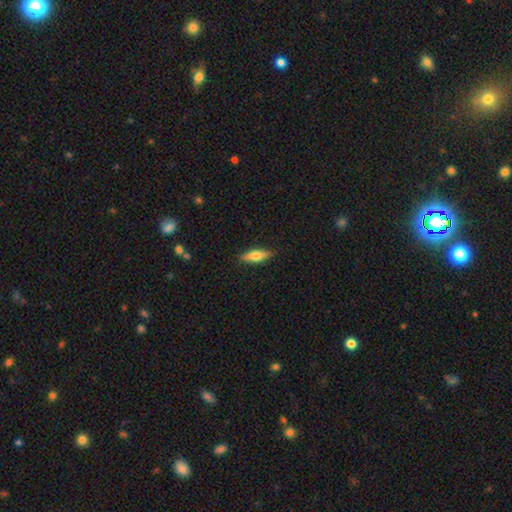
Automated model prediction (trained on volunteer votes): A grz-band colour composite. It shows a smooth galaxy with no disk features (54%) that is cigar-shaped (53%). Merging: none (86%).